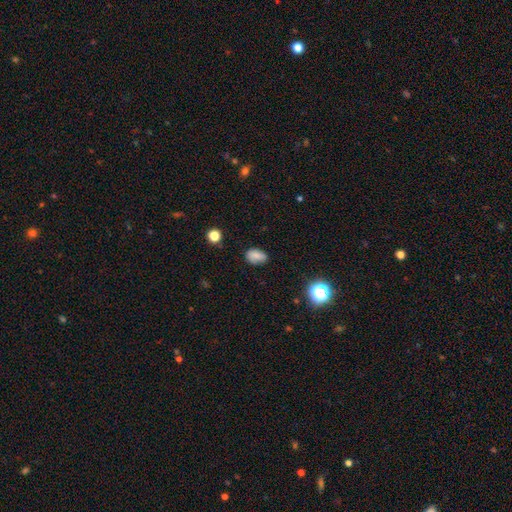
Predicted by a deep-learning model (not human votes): Overall: smooth (80%). How rounded: in between (83%). Merging: none (72%).